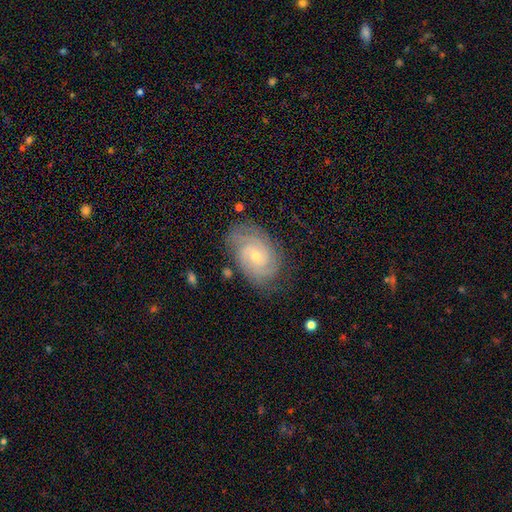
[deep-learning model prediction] The model was most divided on "spiral arm count": 2: 32%, 3: 24%, can't tell: 21%, 4: 13%, more than 4: 5%, 1: 5%. More confident: spiral arms — yes (97%); edge-on disk — no (97%); smooth or featured — featured or disk (85%); merging — none (78%); spiral winding — tight (73%); bulge size — small (70%); bar — no (66%).